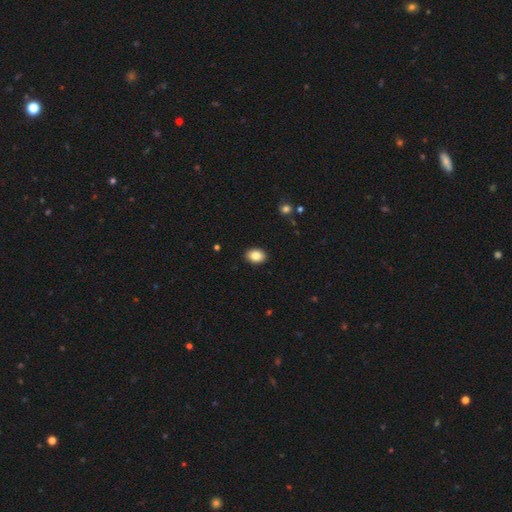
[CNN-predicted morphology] smooth_or_featured: smooth (p=0.85) [alt: star or artifact p=0.08]
how_rounded: in between (p=0.74) [alt: round p=0.25]
merging: none (p=0.90) [alt: minor disturbance p=0.07]